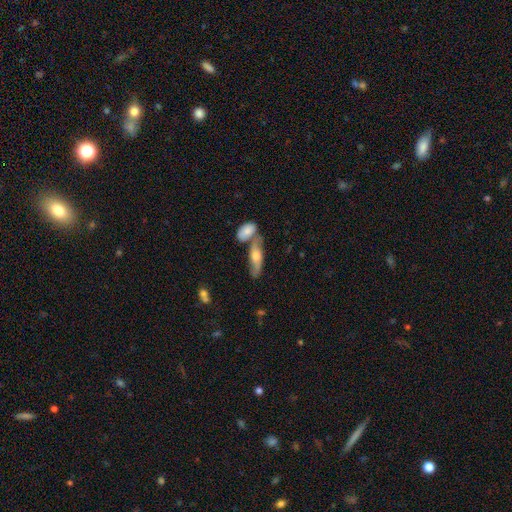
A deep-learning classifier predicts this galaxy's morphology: This is possibly a featured or disk galaxy (49%). Merging: possibly none (45%).